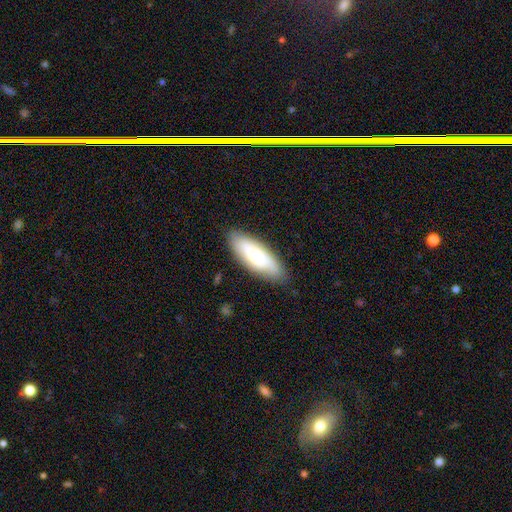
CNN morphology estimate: Smooth or featured?
  - smooth: 60% *
  - featured or disk: 33%
  - star or artifact: 6%
How rounded?
  - in between: 69% *
  - cigar-shaped: 29%
  - round: 2%
Merging?
  - none: 81% *
  - minor disturbance: 14%
  - major disturbance: 3%
  - merger: 1%